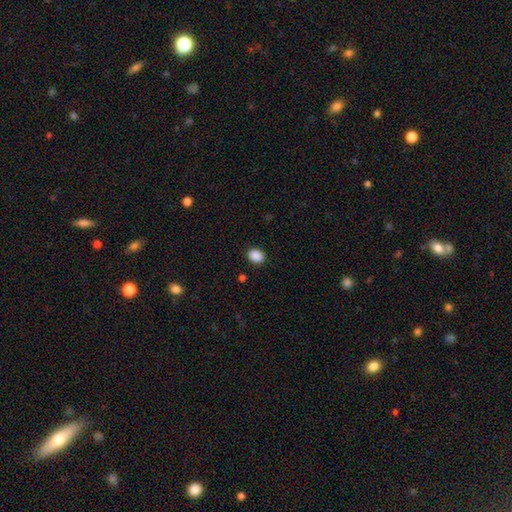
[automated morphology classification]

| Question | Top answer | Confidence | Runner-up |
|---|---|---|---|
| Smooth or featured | smooth | 89% | star or artifact (9%) |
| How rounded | in between | 57% | round (42%) |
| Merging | none | 88% | minor disturbance (8%) |